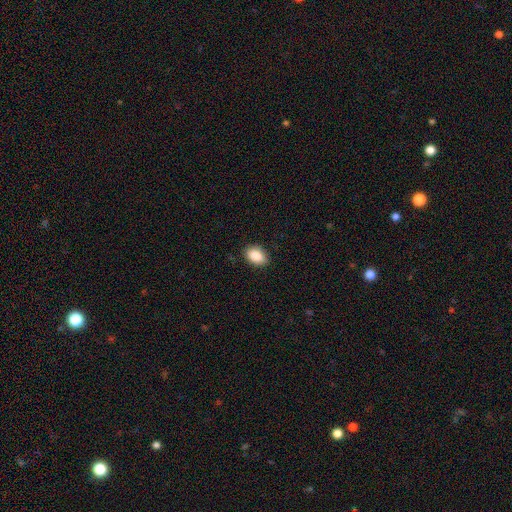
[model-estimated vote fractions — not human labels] Morphology: type=smooth (89%); roundness=in between (87%); merging=none (87%).